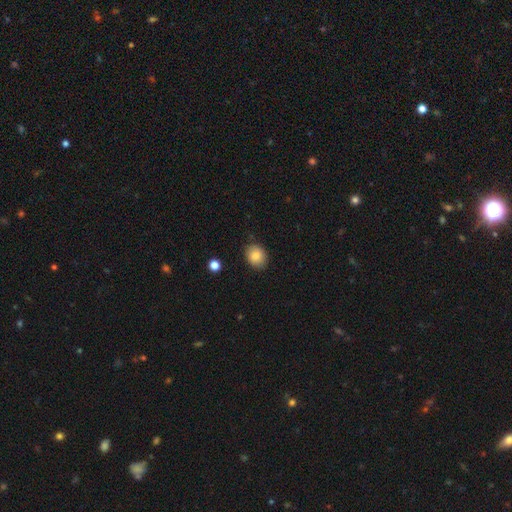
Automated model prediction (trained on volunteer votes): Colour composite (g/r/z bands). It shows a smooth galaxy with no disk features (86%) that is round (55%). Merging: none (84%).